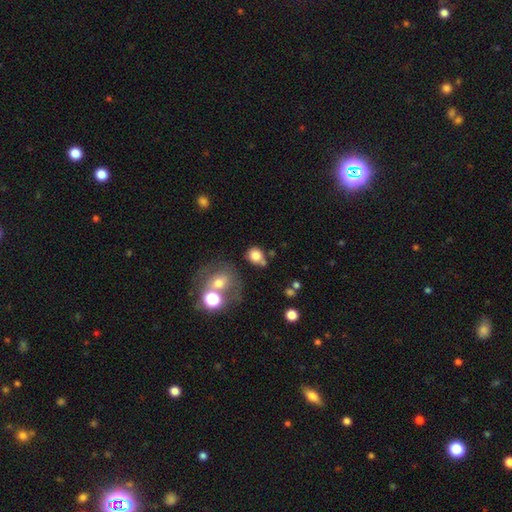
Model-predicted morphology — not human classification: Smooth or featured?
  - smooth: 79% *
  - star or artifact: 12%
  - featured or disk: 9%
How rounded?
  - round: 61% *
  - in between: 38%
  - cigar-shaped: 1%
Merging?
  - none: 54% *
  - minor disturbance: 20%
  - merger: 18%
  - major disturbance: 9%